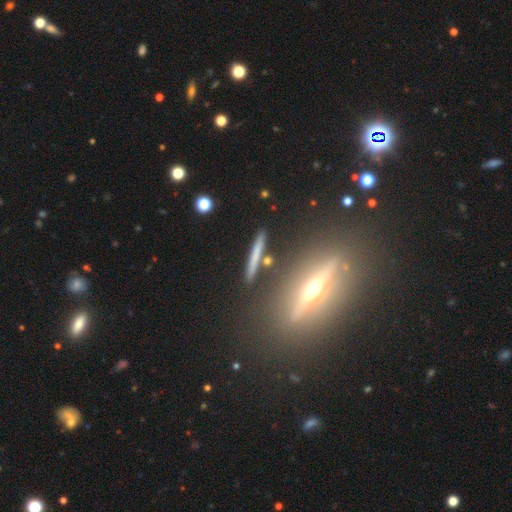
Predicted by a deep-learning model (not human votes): Smooth or featured: featured or disk — 46% (smooth — 44%)
Merging: none — 84% (minor disturbance — 9%)